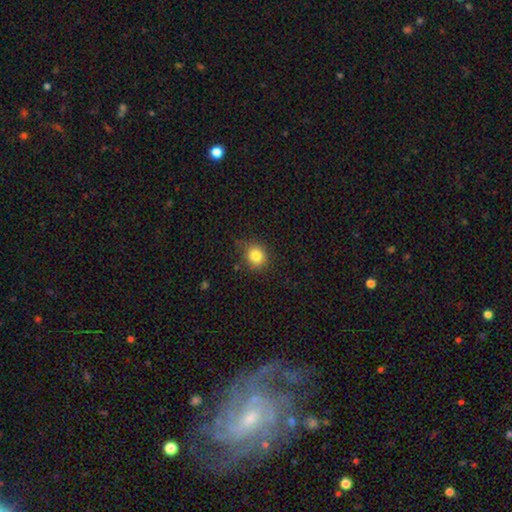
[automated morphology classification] A smooth galaxy with no disk features (82%) that is round (81%). Merging: none (79%).